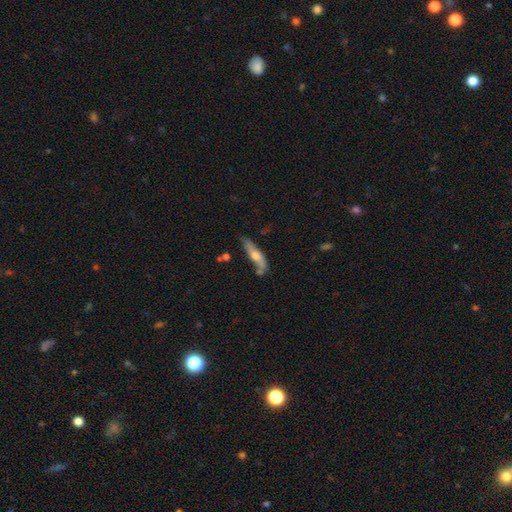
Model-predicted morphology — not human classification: Smooth or featured: smooth — 50% (featured or disk — 44%)
How rounded: cigar-shaped — 72% (in between — 26%)
Merging: none — 61% (minor disturbance — 24%)